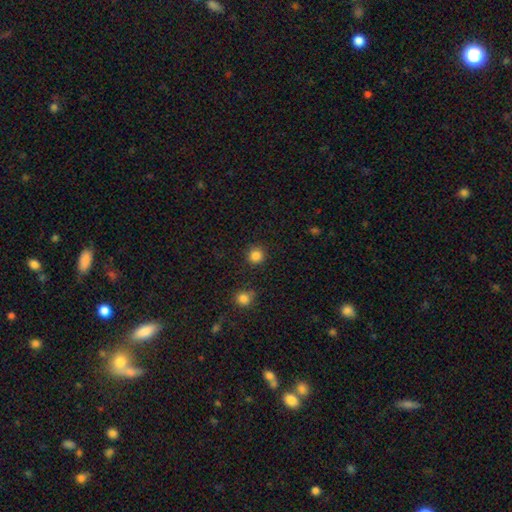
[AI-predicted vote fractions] Smooth or featured: smooth — 84% (star or artifact — 12%)
How rounded: round — 94% (in between — 5%)
Merging: none — 90% (minor disturbance — 6%)